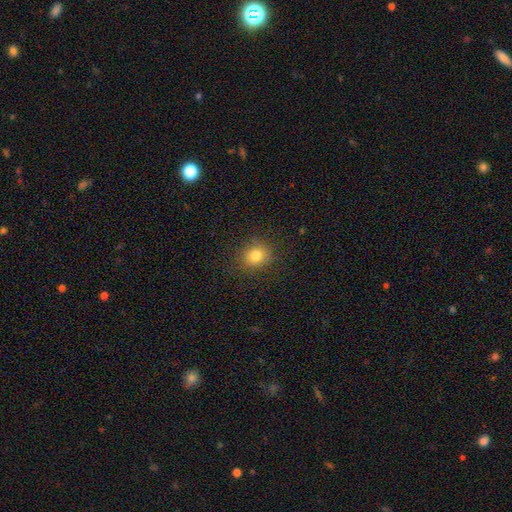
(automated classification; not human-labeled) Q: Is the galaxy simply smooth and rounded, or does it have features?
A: smooth — 81%.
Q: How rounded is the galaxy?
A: round — 79%.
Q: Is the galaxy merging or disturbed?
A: none — 85%.